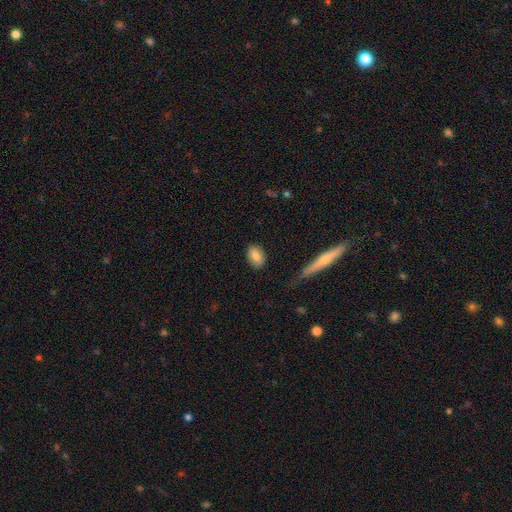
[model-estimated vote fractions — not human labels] The model was most divided on "how rounded": in between: 82%, round: 16%, cigar-shaped: 2%. More confident: merging — none (85%); smooth or featured — smooth (81%).